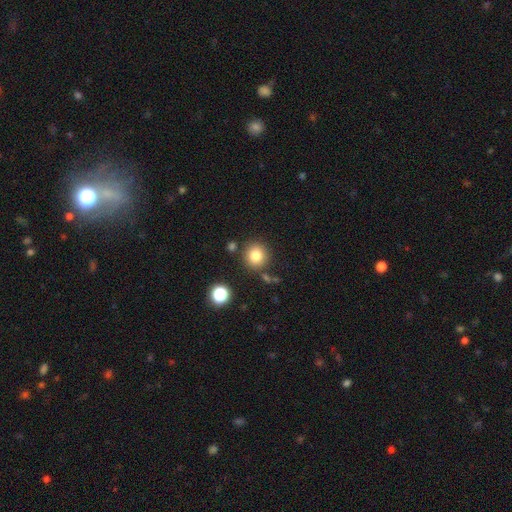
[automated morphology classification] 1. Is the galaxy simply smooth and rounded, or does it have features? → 81% smooth, 12% star or artifact, 8% featured or disk.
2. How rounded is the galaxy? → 91% round, 8% in between, 1% cigar-shaped.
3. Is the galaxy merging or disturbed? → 83% none, 9% minor disturbance, 6% merger, 3% major disturbance.